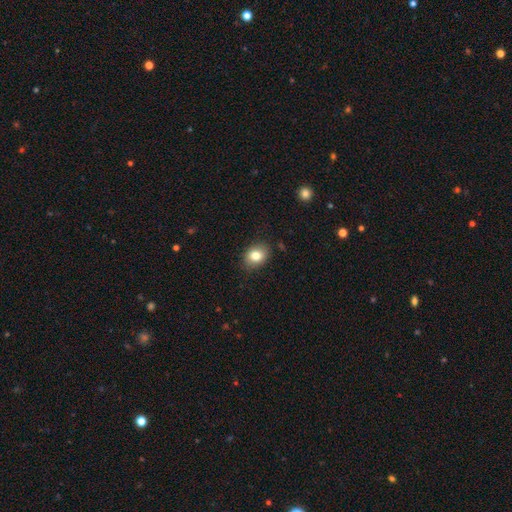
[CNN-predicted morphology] Smooth or featured?
  - smooth: 82% *
  - star or artifact: 9%
  - featured or disk: 9%
How rounded?
  - in between: 61% *
  - round: 38%
  - cigar-shaped: 1%
Merging?
  - none: 85% *
  - minor disturbance: 12%
  - major disturbance: 2%
  - merger: 1%